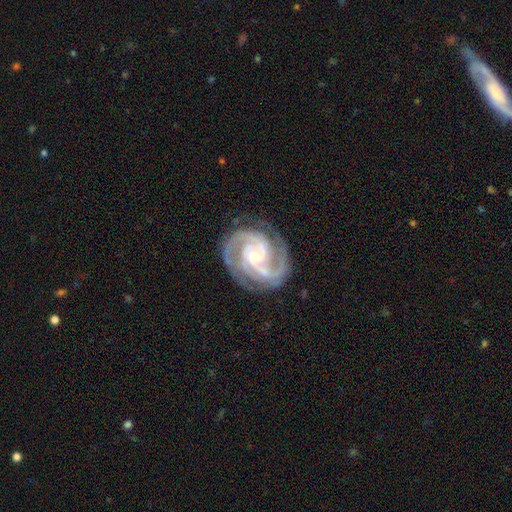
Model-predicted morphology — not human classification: A featured or disk galaxy (93%) with no bar (55%), 2 (41%) tight (57%) spiral arms (99%) and a small central bulge (76%). Merging: none (79%).